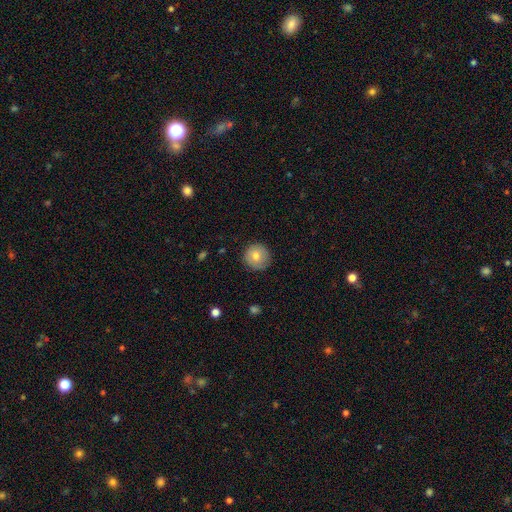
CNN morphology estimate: This appears to be a smooth galaxy with no disk features (73%) that is round (95%). Merging: none (86%).